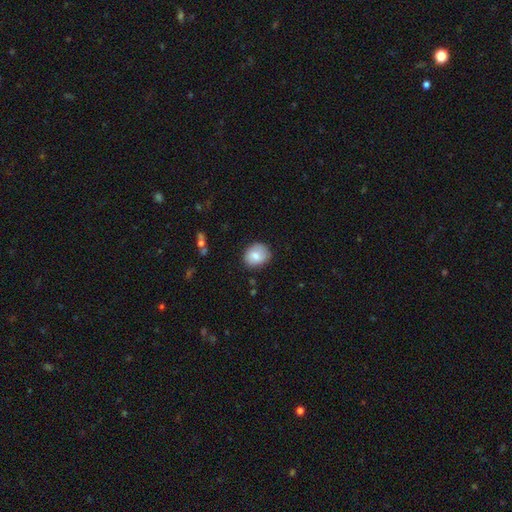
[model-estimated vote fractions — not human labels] Morphology: type=smooth (80%); roundness=round (67%); merging=none (79%).